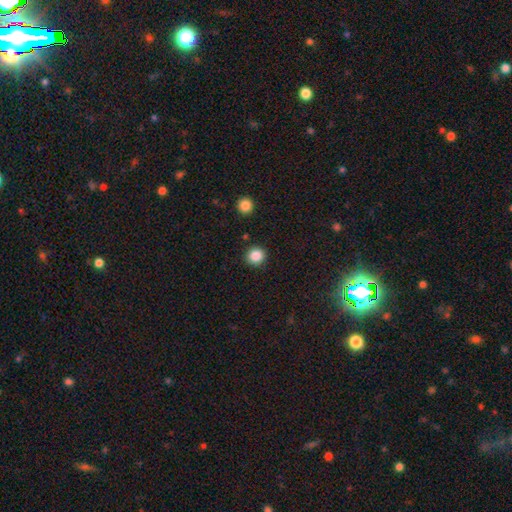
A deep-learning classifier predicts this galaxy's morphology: Smooth or featured?
  - smooth: 86% *
  - star or artifact: 10%
  - featured or disk: 3%
How rounded?
  - round: 92% *
  - in between: 7%
  - cigar-shaped: 1%
Merging?
  - none: 90% *
  - minor disturbance: 6%
  - major disturbance: 2%
  - merger: 2%